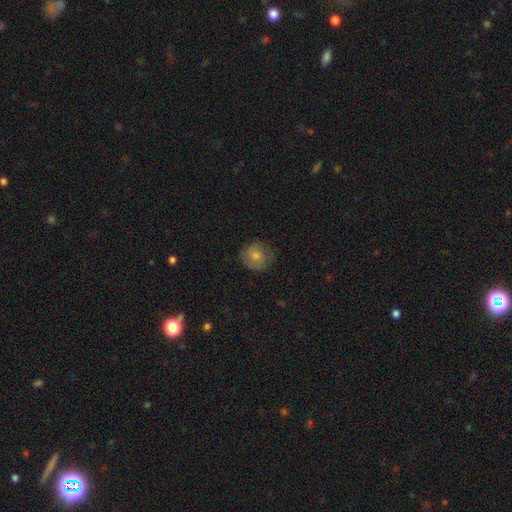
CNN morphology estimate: A smooth galaxy with no disk features (75%) that is round (86%).

Vote fractions:
- Smooth or featured? smooth: 75% / featured or disk: 16% / star or artifact: 8%
- How rounded? round: 86% / in between: 13% / cigar-shaped: 1%
- Merging? none: 73% / minor disturbance: 20% / major disturbance: 6% / merger: 1%